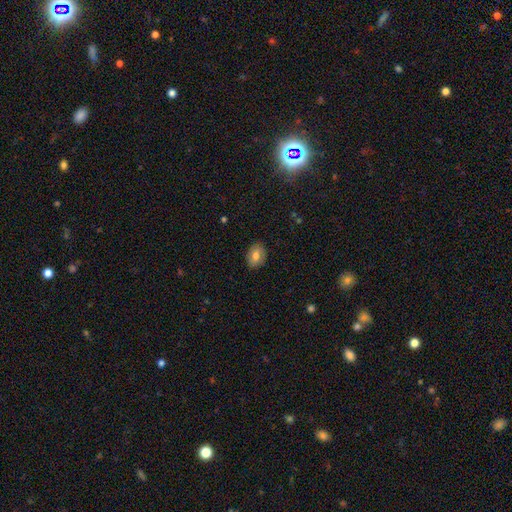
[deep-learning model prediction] Q: Smooth or featured?
A: smooth (72%); runner-up: featured or disk (20%)
Q: How rounded?
A: in between (70%); runner-up: round (29%)
Q: Merging?
A: none (87%); runner-up: minor disturbance (10%)